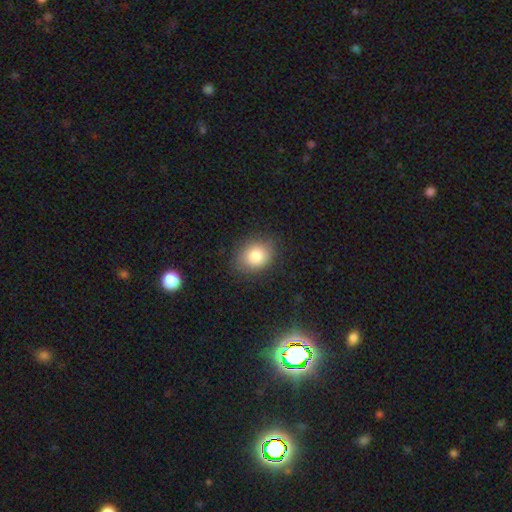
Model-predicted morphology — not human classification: Q: Smooth or featured?
A: smooth (82%); runner-up: star or artifact (9%)
Q: How rounded?
A: round (55%); runner-up: in between (44%)
Q: Merging?
A: none (83%); runner-up: minor disturbance (12%)